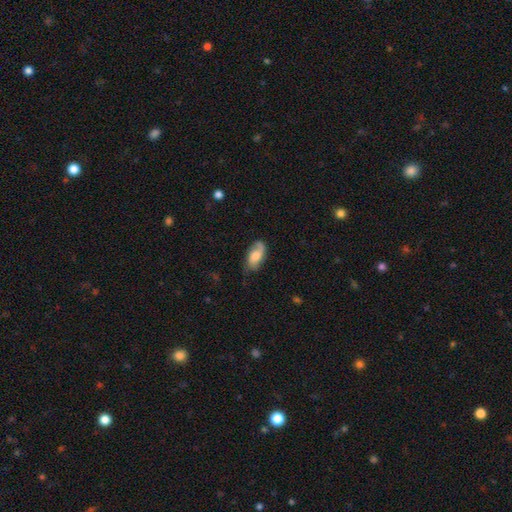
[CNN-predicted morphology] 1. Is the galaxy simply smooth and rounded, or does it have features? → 50% smooth, 43% featured or disk, 7% star or artifact.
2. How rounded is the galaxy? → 89% in between, 7% cigar-shaped, 4% round.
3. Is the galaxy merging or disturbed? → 63% none, 26% minor disturbance, 10% major disturbance, 2% merger.